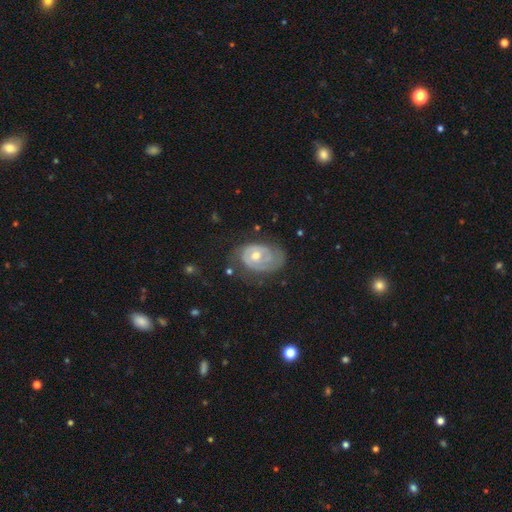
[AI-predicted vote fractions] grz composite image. It shows a featured or disk galaxy (72%) with no bar (72%), can't tell (32%, tied with 2) tight (65%) spiral arms (75%) and a moderate central bulge (72%). Merging: none (54%).